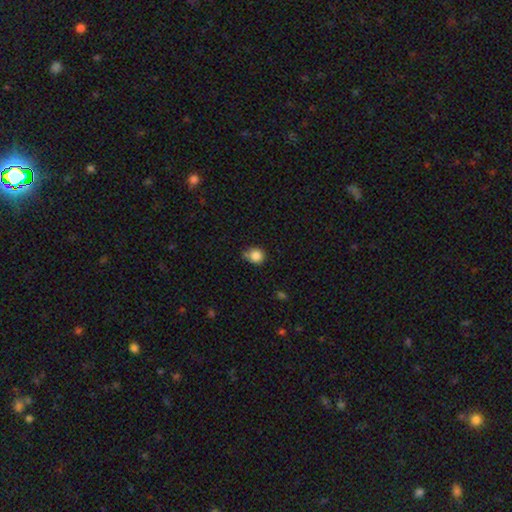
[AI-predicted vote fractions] Smooth or featured?
  - smooth: 85% *
  - star or artifact: 10%
  - featured or disk: 5%
How rounded?
  - round: 87% *
  - in between: 12%
  - cigar-shaped: 1%
Merging?
  - none: 60% *
  - minor disturbance: 27%
  - merger: 8%
  - major disturbance: 5%